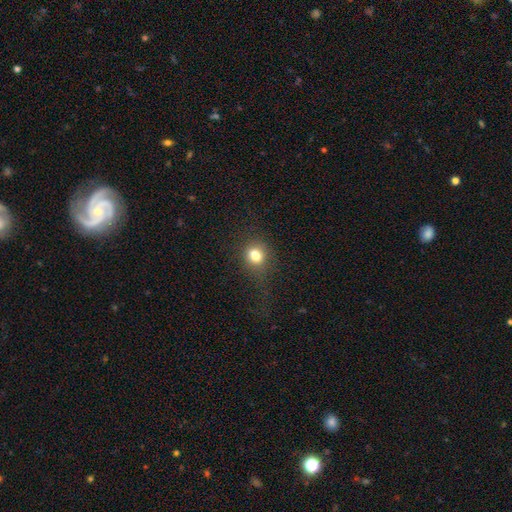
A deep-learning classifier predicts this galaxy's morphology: The model was most divided on "how rounded": round: 68%, in between: 30%, cigar-shaped: 1%. More confident: smooth or featured — smooth (79%); merging — none (69%).